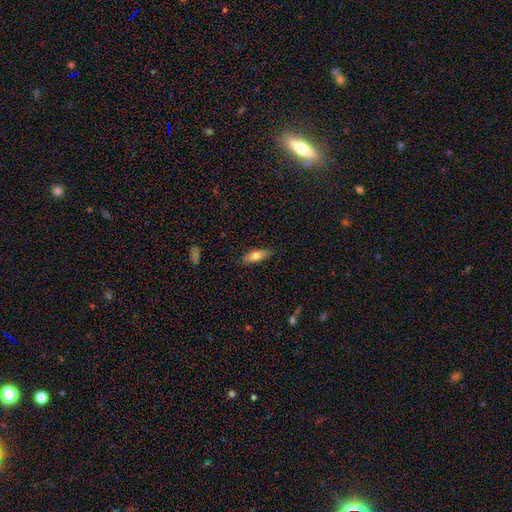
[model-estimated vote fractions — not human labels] The model was most divided on "how rounded": in between: 67%, cigar-shaped: 31%, round: 3%. More confident: merging — none (87%); smooth or featured — smooth (74%).